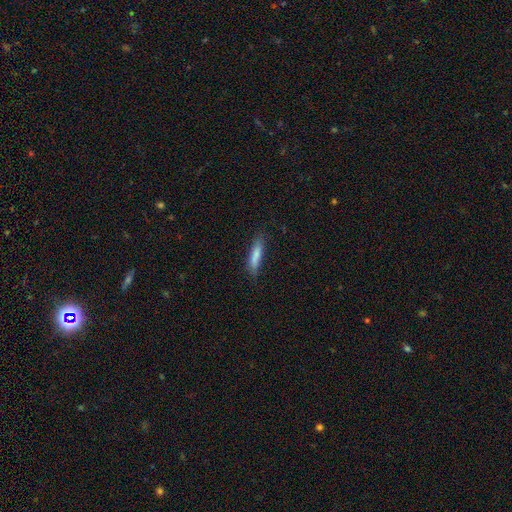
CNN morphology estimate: Smooth or featured: smooth — 81% (featured or disk — 13%)
How rounded: cigar-shaped — 80% (in between — 18%)
Merging: none — 78% (minor disturbance — 17%)